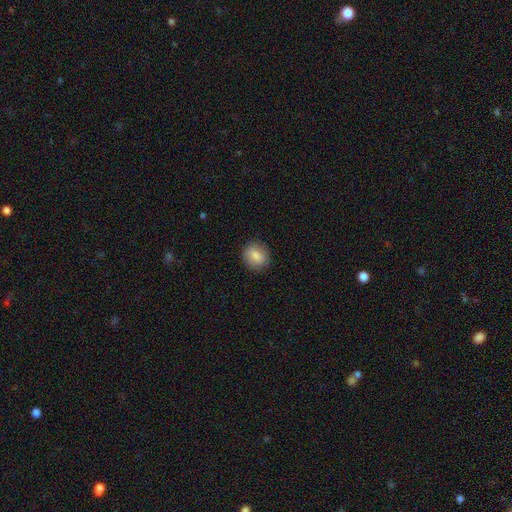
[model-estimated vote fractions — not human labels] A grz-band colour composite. It shows a smooth galaxy with no disk features (83%) that is round (77%). Merging: none (88%).